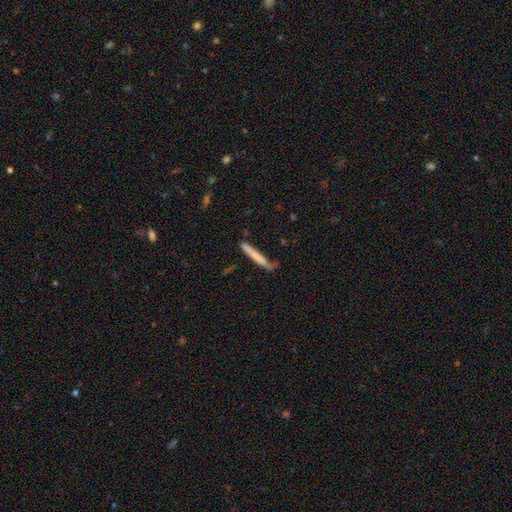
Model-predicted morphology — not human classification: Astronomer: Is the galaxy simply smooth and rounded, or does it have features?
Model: smooth — 68%.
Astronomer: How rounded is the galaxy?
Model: cigar-shaped — 96%.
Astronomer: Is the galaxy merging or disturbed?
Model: none — 66%.